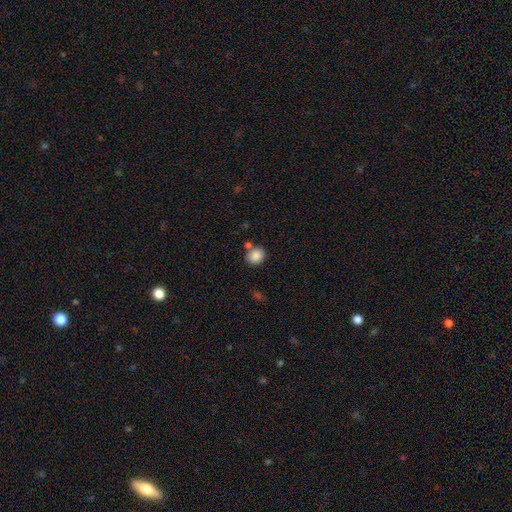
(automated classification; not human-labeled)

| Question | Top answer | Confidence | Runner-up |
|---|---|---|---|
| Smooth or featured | smooth | 87% | star or artifact (9%) |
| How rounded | round | 66% | in between (33%) |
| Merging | none | 71% | merger (15%) |